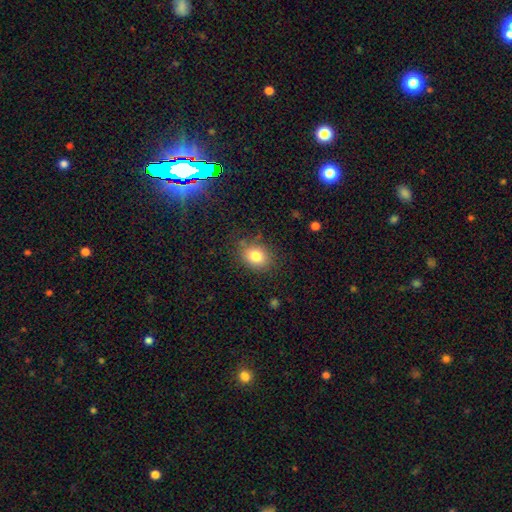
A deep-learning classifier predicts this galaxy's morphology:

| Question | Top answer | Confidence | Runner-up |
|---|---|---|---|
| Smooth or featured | smooth | 81% | star or artifact (11%) |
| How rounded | in between | 51% | round (48%) |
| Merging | none | 80% | minor disturbance (14%) |